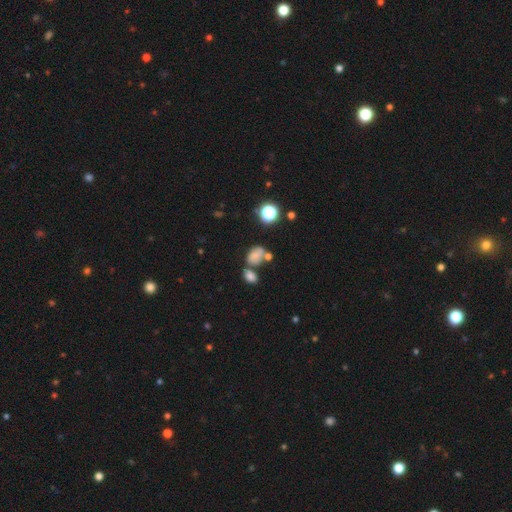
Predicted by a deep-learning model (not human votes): smooth_or_featured: smooth (p=0.67) [alt: star or artifact p=0.18]
how_rounded: in between (p=0.77) [alt: round p=0.21]
merging: merger (p=0.38) [alt: none p=0.35]